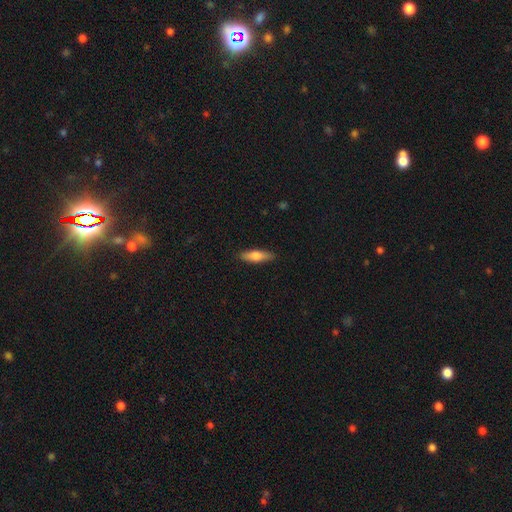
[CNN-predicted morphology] smooth_or_featured: smooth (p=0.66) [alt: featured or disk p=0.28]
how_rounded: cigar-shaped (p=0.59) [alt: in between p=0.39]
merging: none (p=0.88) [alt: minor disturbance p=0.09]